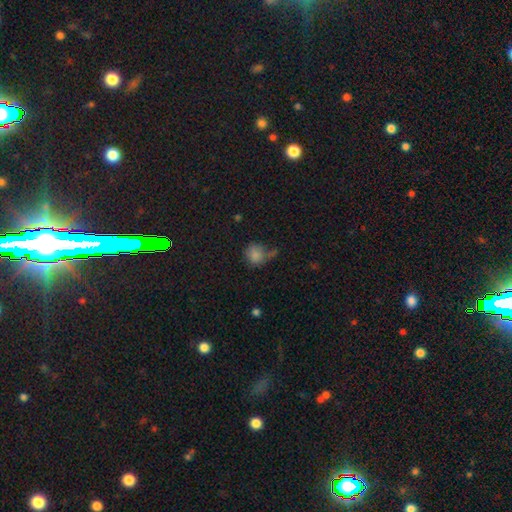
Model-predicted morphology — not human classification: type=smooth (79%); roundness=round (82%); merging=none (51%).